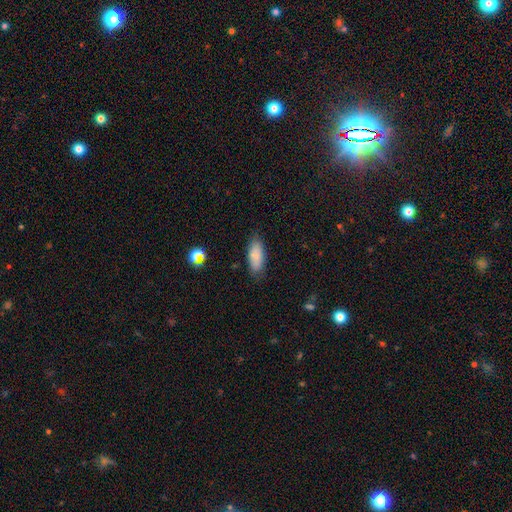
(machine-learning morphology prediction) type=smooth (82%); roundness=in between (81%); merging=none (80%).